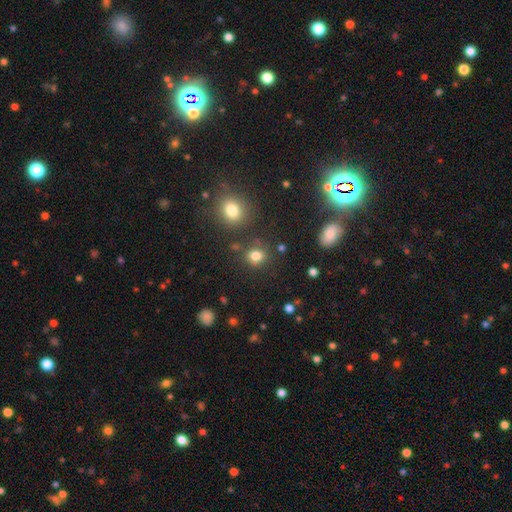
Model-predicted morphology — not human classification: This is likely a smooth galaxy (78%). How rounded: likely round (74%). Merging: likely none (77%).